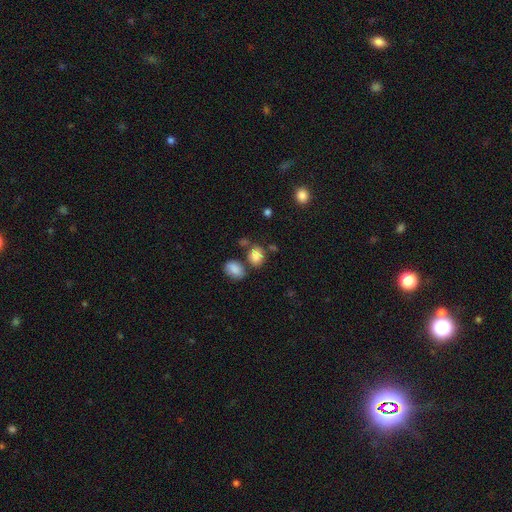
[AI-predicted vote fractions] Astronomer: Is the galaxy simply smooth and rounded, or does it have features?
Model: smooth — 84%.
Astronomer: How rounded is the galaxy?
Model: in between — 53% (runner-up: round, 46%).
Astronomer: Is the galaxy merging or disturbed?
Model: none — 62%.